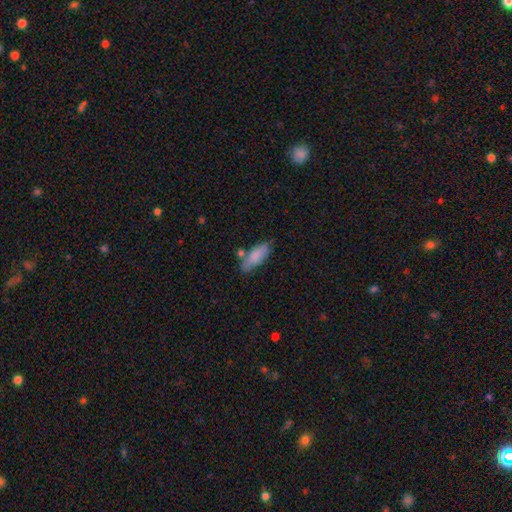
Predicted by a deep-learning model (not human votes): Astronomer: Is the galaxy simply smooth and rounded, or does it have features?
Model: smooth — 83%.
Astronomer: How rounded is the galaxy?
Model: in between — 69%.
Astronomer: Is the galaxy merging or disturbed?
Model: none — 63%.